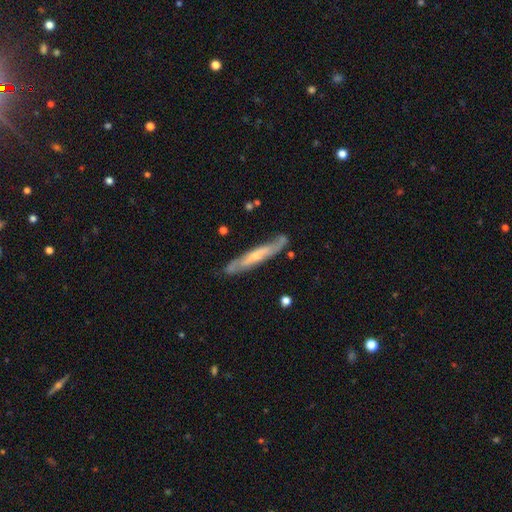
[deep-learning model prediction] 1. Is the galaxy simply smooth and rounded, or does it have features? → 69% featured or disk, 26% smooth, 5% star or artifact.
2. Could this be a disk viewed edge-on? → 65% yes, 35% no.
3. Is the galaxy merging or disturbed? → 76% none, 18% minor disturbance, 4% major disturbance, 2% merger.